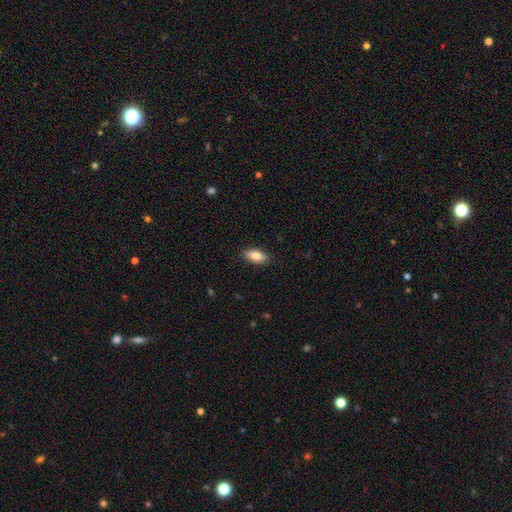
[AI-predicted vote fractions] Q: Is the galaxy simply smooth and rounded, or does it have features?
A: smooth — 83%.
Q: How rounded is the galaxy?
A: in between — 87%.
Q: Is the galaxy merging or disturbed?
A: none — 88%.